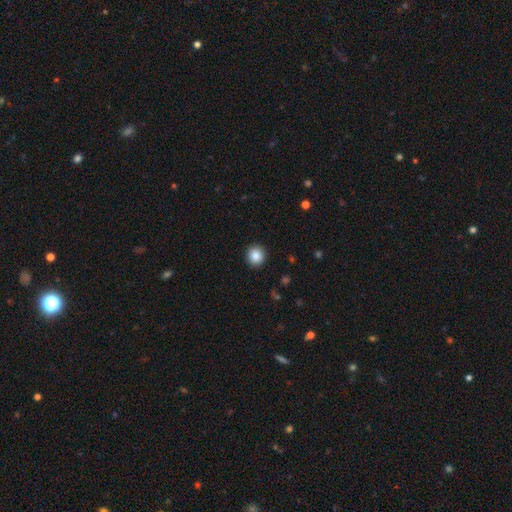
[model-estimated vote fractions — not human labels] smooth 87%, star or artifact 9%, featured or disk 4%. Down the decision tree: how rounded — round (91%); merging — none (92%).